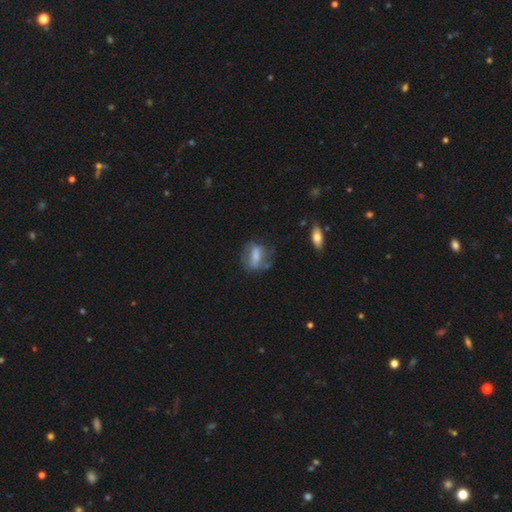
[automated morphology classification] Smooth or featured: smooth — 56% (featured or disk — 36%)
How rounded: in between — 66% (round — 19%)
Merging: none — 55% (minor disturbance — 25%)